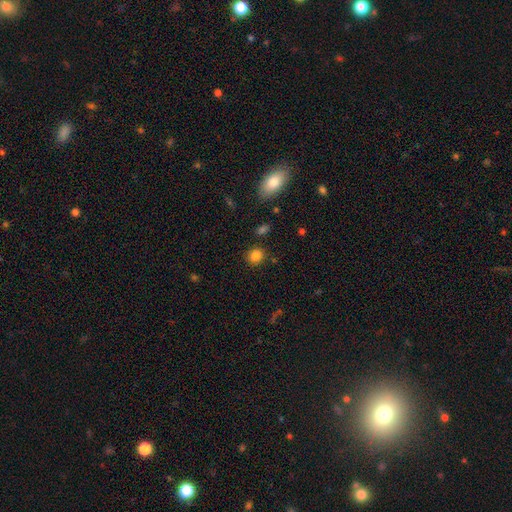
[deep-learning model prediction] smooth-or-featured: smooth: 83% | star or artifact: 12% | featured or disk: 5%
  how-rounded: round: 82% | in between: 17% | cigar-shaped: 1%
  merging: none: 86% | minor disturbance: 8% | merger: 3% | major disturbance: 3%